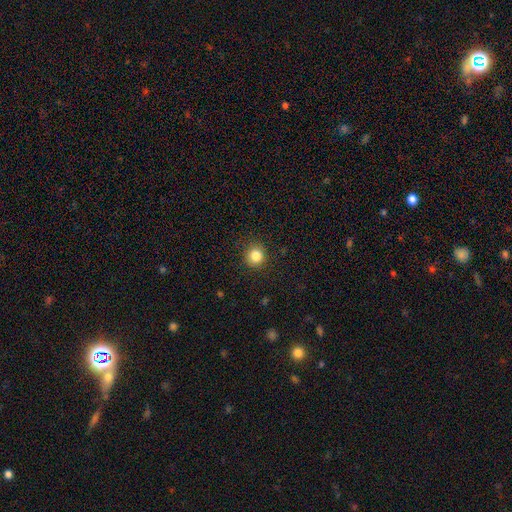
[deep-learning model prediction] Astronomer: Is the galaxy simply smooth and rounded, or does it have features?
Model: smooth — 84%.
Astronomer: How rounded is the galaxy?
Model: round — 91%.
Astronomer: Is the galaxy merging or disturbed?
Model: none — 90%.